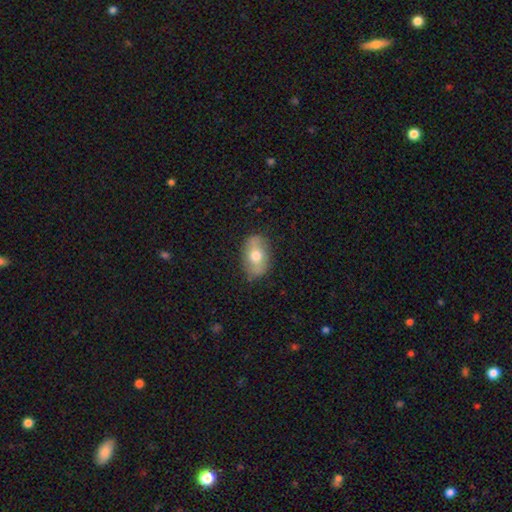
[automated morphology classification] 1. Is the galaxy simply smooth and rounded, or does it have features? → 57% smooth, 36% featured or disk, 7% star or artifact.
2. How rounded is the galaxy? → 85% in between, 13% round, 3% cigar-shaped.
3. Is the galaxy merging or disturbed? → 82% none, 13% minor disturbance, 3% major disturbance, 1% merger.